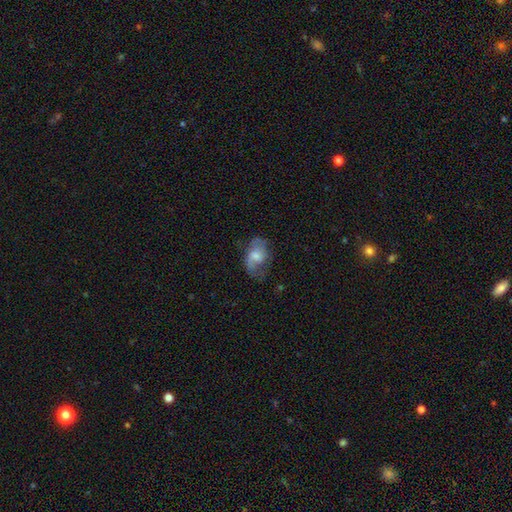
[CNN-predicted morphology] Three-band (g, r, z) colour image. It shows a featured or disk galaxy (46%, tied with smooth). Merging: none (45%).